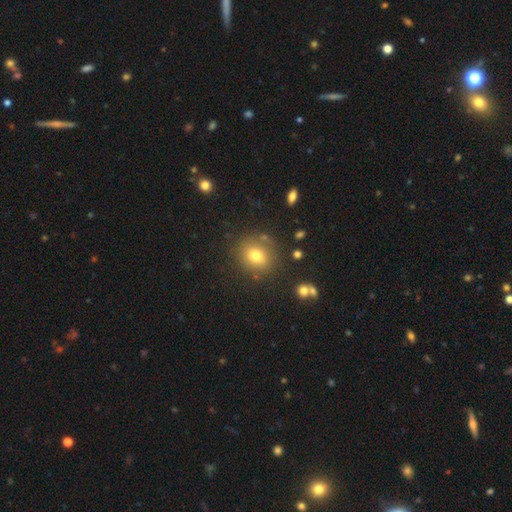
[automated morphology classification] This is likely a smooth galaxy (75%). How rounded: likely round (76%). Merging: likely none (79%).